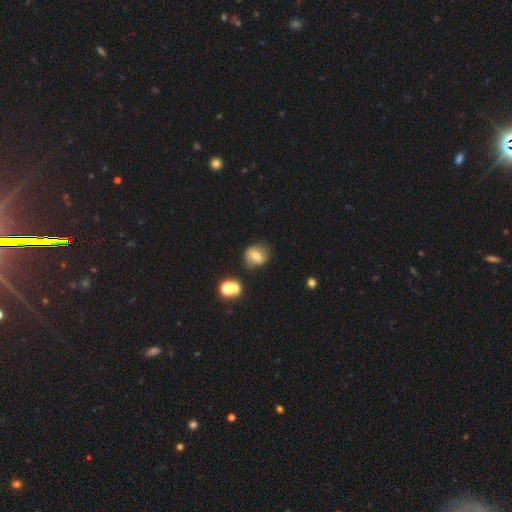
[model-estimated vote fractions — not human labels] smooth-or-featured: smooth: 63% | featured or disk: 24% | star or artifact: 12%
  how-rounded: round: 78% | in between: 21% | cigar-shaped: 1%
  merging: none: 76% | minor disturbance: 14% | merger: 6% | major disturbance: 4%